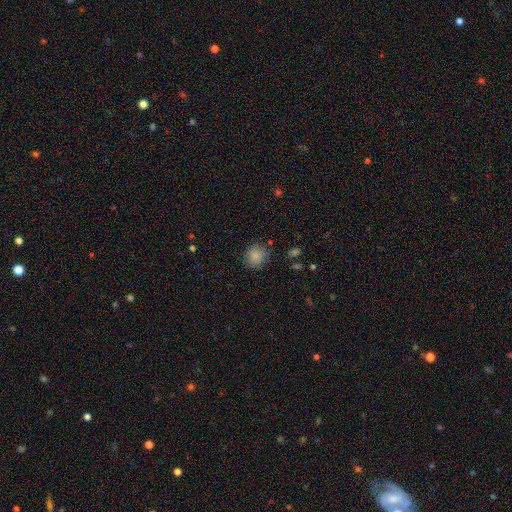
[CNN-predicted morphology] Smooth or featured? Predicted: smooth (p=0.85). How rounded? Predicted: round (p=0.81). Merging? Predicted: none (p=0.80).